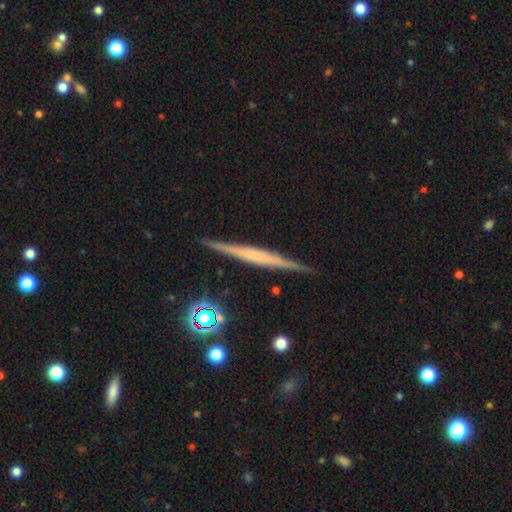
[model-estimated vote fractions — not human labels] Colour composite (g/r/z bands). It shows a featured or disk galaxy (66%) viewed edge-on (98%) with no central bulge (56%). Merging: none (90%).